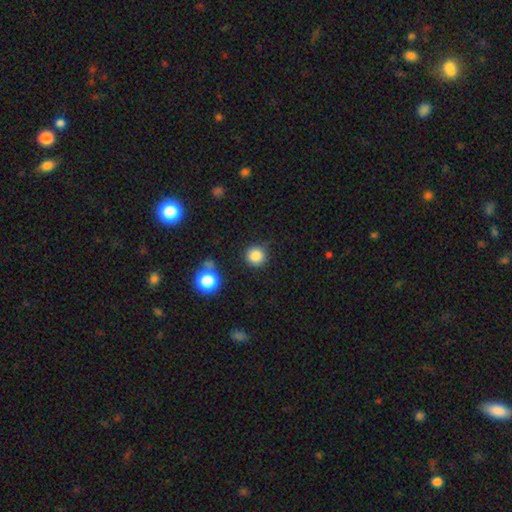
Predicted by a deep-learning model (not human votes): Q: Smooth or featured?
A: smooth (85%); runner-up: star or artifact (11%)
Q: How rounded?
A: round (95%); runner-up: in between (4%)
Q: Merging?
A: none (84%); runner-up: minor disturbance (9%)